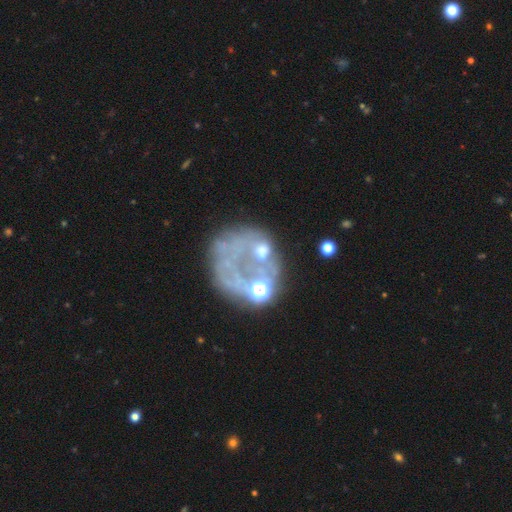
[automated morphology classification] A featured or disk galaxy (54%) with no bar (92%), no spiral arms (88%) and no central bulge (62%). Merging: none (36%).